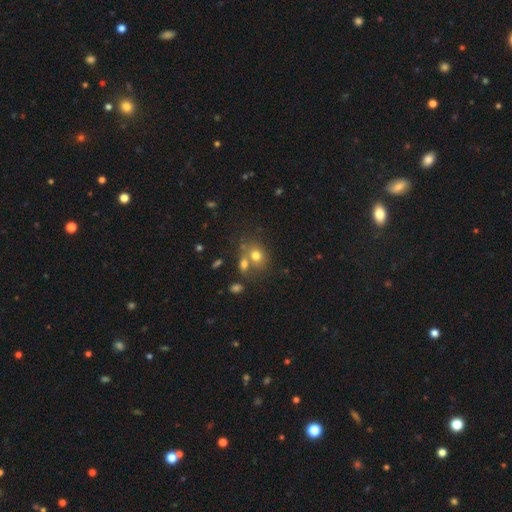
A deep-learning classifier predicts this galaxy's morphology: smooth_or_featured: smooth (p=0.72) [alt: featured or disk p=0.14]
how_rounded: round (p=0.60) [alt: in between p=0.39]
merging: none (p=0.47) [alt: merger p=0.37]